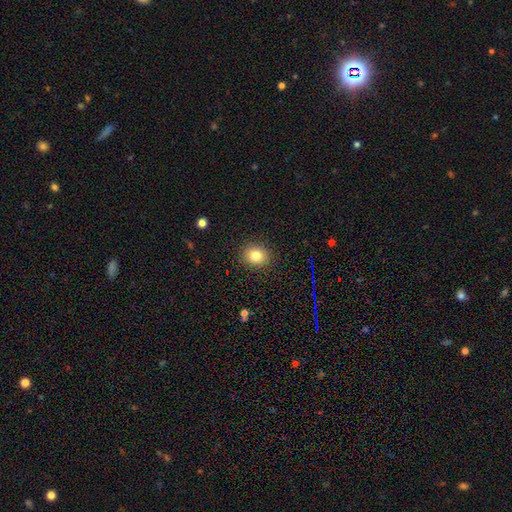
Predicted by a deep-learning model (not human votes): A smooth galaxy with no disk features (80%) that is round (73%). Merging: none (90%).